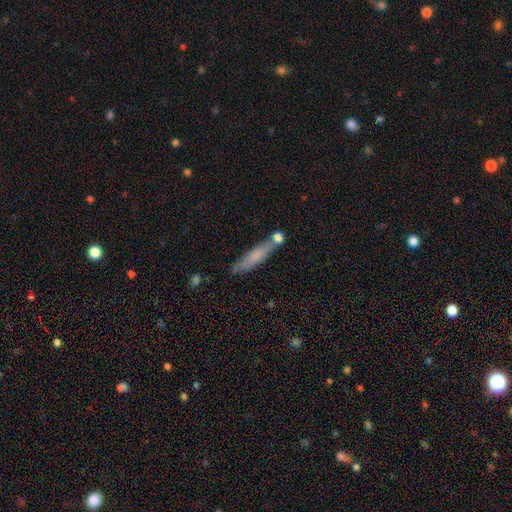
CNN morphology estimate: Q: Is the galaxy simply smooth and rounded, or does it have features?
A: smooth — 67%.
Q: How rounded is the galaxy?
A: cigar-shaped — 84%.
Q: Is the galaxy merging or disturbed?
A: none — 65%.